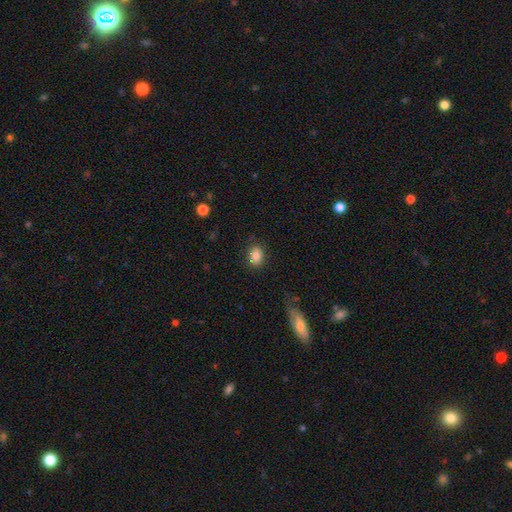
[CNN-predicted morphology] Smooth or featured? smooth (83%)
How rounded? in between (62%)
Merging? none (79%)